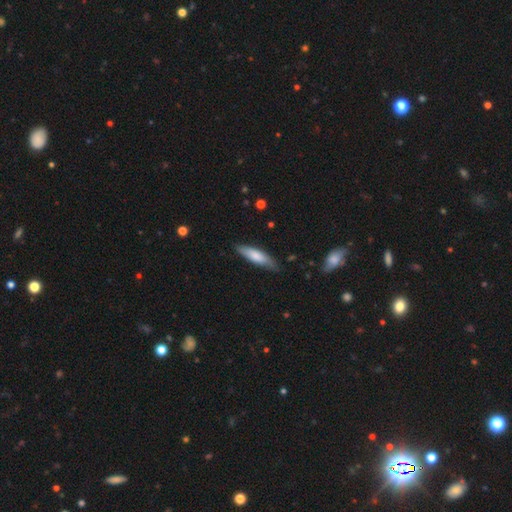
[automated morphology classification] smooth_or_featured: smooth (p=0.72) [alt: featured or disk p=0.22]
how_rounded: cigar-shaped (p=0.69) [alt: in between p=0.29]
merging: none (p=0.78) [alt: minor disturbance p=0.18]